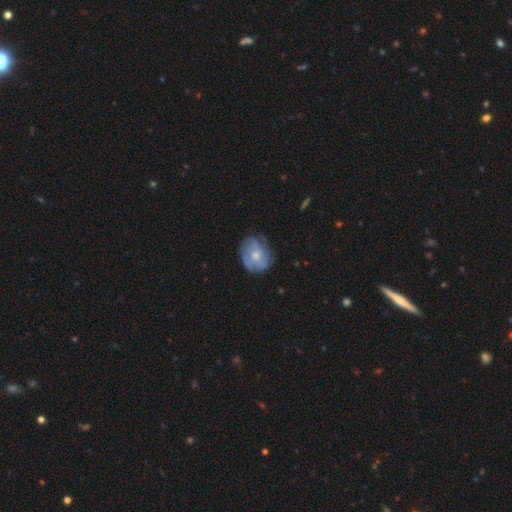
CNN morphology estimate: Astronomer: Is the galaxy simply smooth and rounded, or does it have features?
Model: featured or disk — 51% (runner-up: smooth, 42%).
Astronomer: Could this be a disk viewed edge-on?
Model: no — 97%.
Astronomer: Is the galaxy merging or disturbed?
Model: none — 62%.